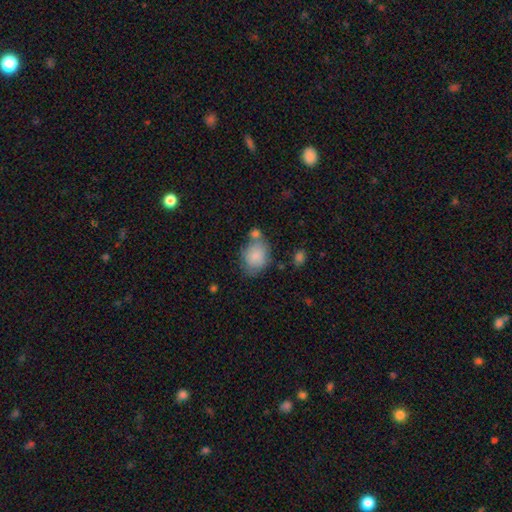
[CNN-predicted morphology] A smooth galaxy with no disk features (82%) that is in between round and cigar-shaped (52%). Merging: none (50%).